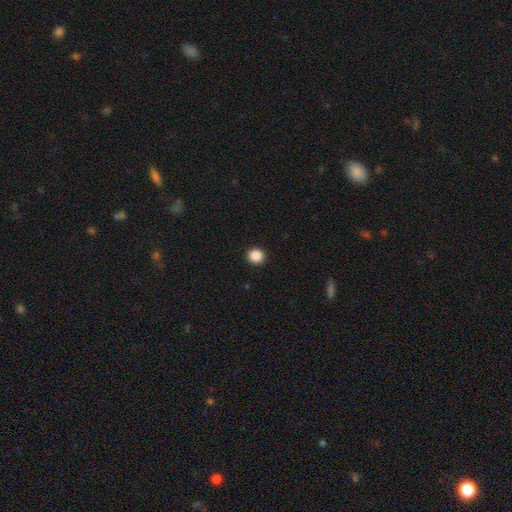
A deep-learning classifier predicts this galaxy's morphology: A smooth galaxy with no disk features (88%) that is round (91%). Merging: none (93%).